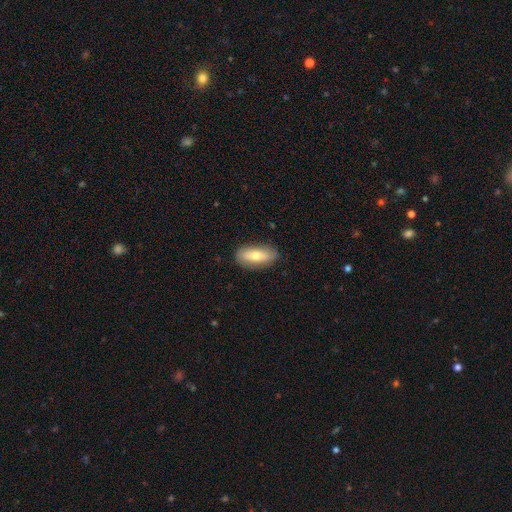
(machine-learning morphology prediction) Q: Smooth or featured?
A: smooth (70%); runner-up: featured or disk (24%)
Q: How rounded?
A: in between (79%); runner-up: cigar-shaped (18%)
Q: Merging?
A: none (84%); runner-up: minor disturbance (12%)